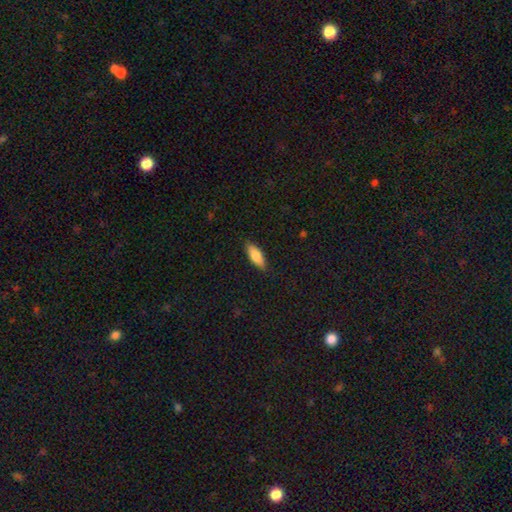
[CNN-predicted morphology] Smooth or featured: smooth — 76% (featured or disk — 18%)
How rounded: in between — 63% (cigar-shaped — 35%)
Merging: none — 86% (minor disturbance — 10%)